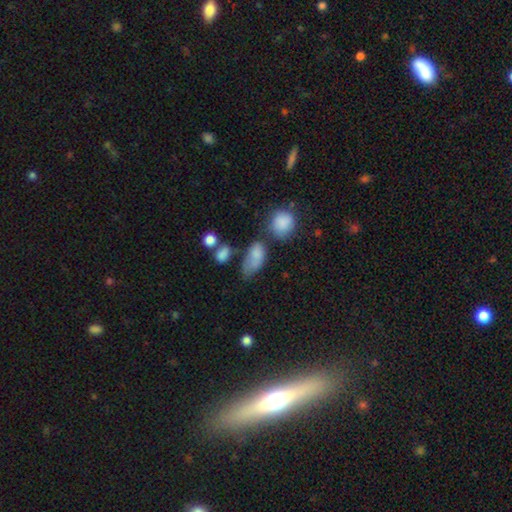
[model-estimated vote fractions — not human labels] A smooth galaxy with no disk features (76%) that is in between round and cigar-shaped (87%). Merging: none (31%).